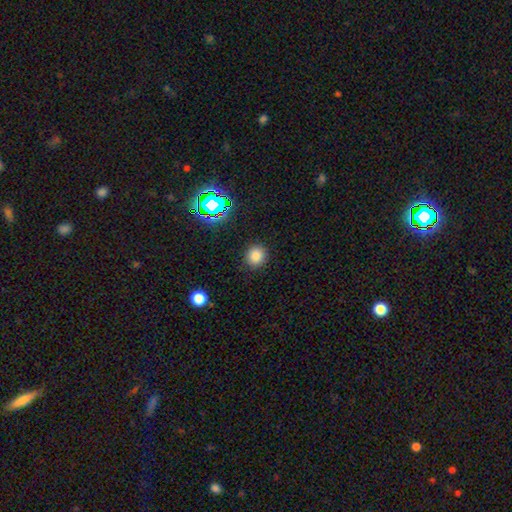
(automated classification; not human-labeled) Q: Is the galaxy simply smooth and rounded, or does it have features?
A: smooth — 80%.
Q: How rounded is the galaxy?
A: round — 86%.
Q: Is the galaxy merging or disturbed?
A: none — 89%.